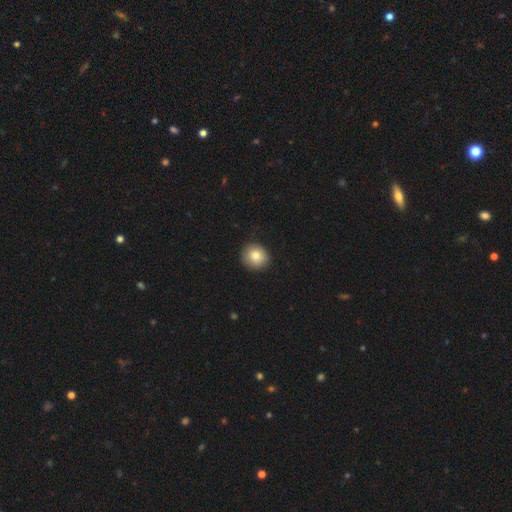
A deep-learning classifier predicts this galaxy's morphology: Overall: smooth (82%). How rounded: round (86%). Merging: none (86%).